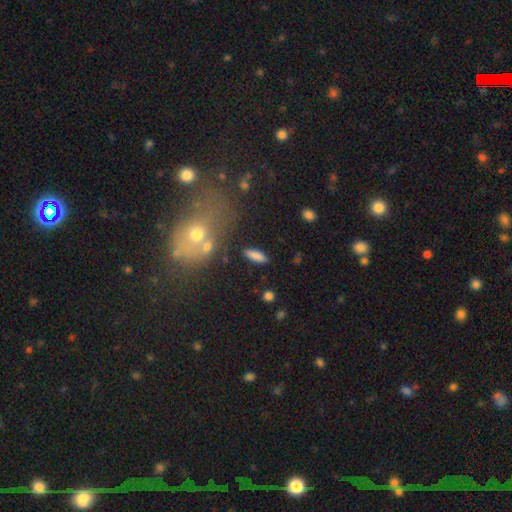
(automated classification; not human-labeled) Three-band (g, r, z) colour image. It shows a smooth galaxy with no disk features (83%) that is in between round and cigar-shaped (57%). Merging: none (85%).